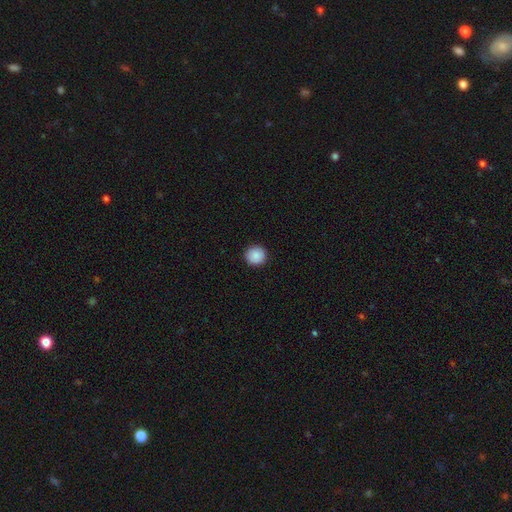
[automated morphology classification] Q: Smooth or featured?
A: smooth (89%); runner-up: star or artifact (8%)
Q: How rounded?
A: round (95%); runner-up: in between (4%)
Q: Merging?
A: none (93%); runner-up: minor disturbance (5%)